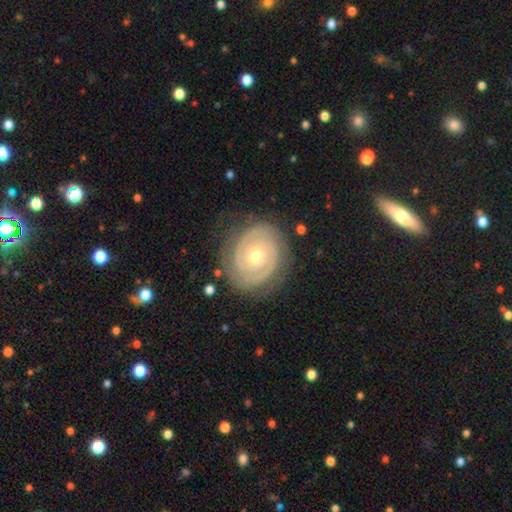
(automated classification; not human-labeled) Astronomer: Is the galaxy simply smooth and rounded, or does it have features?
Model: featured or disk — 87%.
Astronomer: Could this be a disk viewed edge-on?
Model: no — 97%.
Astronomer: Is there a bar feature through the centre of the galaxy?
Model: no — 77%.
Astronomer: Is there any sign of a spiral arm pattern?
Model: yes — 95%.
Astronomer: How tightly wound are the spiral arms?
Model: tight — 81%.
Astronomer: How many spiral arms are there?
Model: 2 — 73%.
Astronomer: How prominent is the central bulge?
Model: moderate — 59% (runner-up: small, 37%).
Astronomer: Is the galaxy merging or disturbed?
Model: none — 83%.